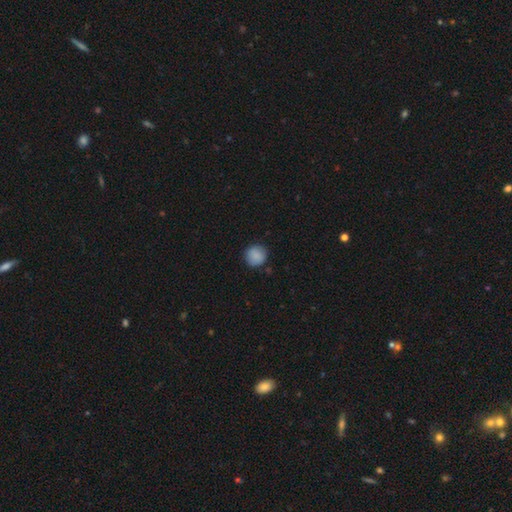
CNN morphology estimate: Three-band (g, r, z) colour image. It shows a smooth galaxy with no disk features (87%) that is round (93%). Merging: none (86%).